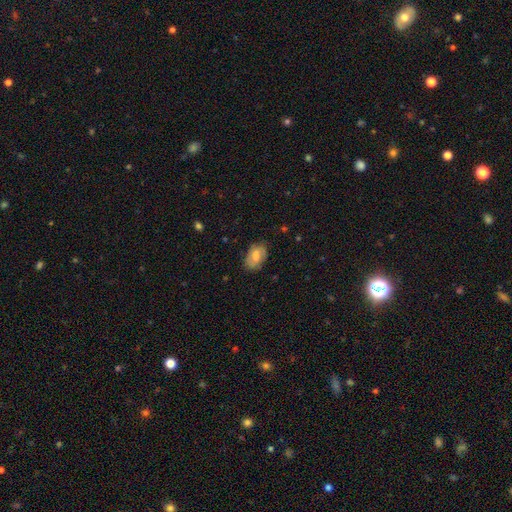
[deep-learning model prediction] Smooth or featured? smooth (66%)
How rounded? in between (88%)
Merging? none (76%)